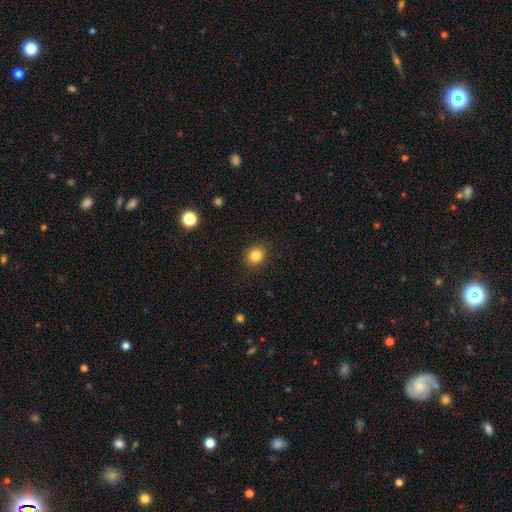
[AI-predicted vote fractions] Overall: smooth (84%). How rounded: round (73%). Merging: none (89%).